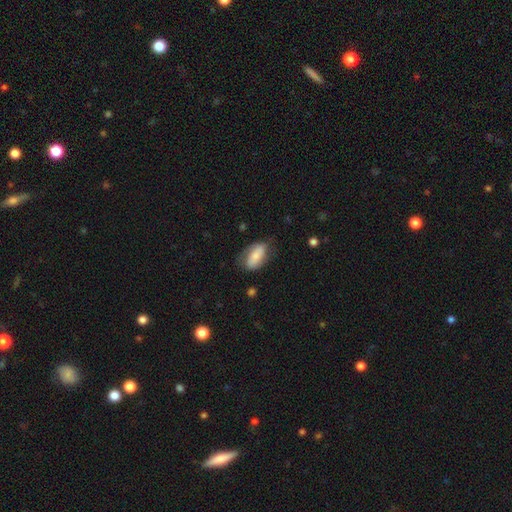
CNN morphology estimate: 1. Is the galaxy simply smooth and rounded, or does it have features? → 69% smooth, 24% featured or disk, 6% star or artifact.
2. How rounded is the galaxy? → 90% in between, 6% cigar-shaped, 4% round.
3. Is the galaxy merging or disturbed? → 63% none, 26% minor disturbance, 9% major disturbance, 2% merger.